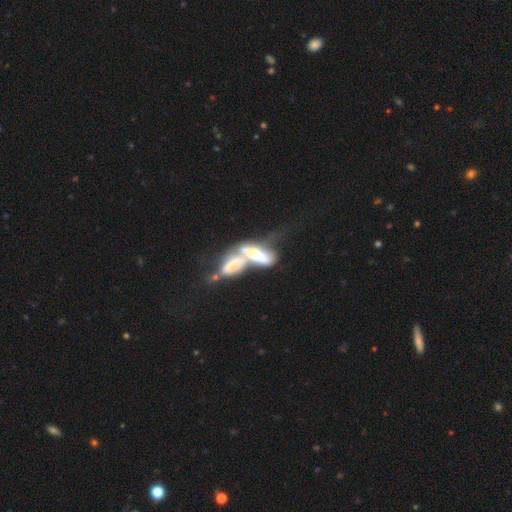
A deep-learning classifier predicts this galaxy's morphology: Smooth or featured? Predicted: featured or disk (p=0.54). Edge-on disk? Predicted: no (p=0.81). Merging? Predicted: merger (p=0.77).